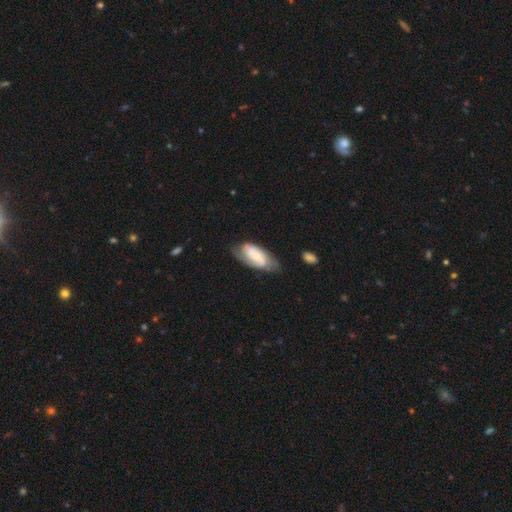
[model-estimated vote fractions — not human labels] The model was most divided on "bar": no: 48%, weak: 36%, strong: 16%. More confident: edge-on disk — no (92%); spiral arms — yes (85%); merging — none (61%); smooth or featured — featured or disk (60%); bulge size — small (60%).